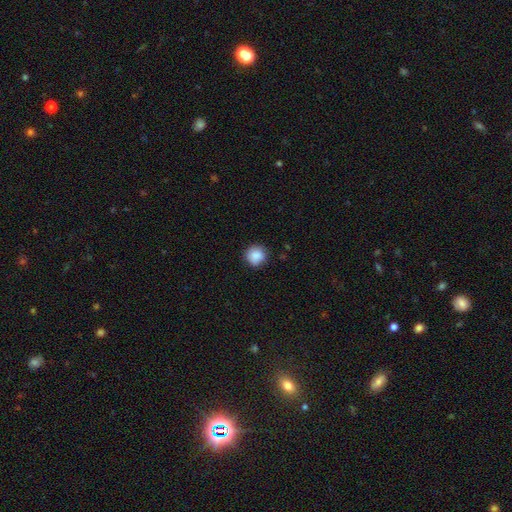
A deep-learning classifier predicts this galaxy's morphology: This appears to be a smooth galaxy with no disk features (88%) that is round (92%). Merging: none (84%).